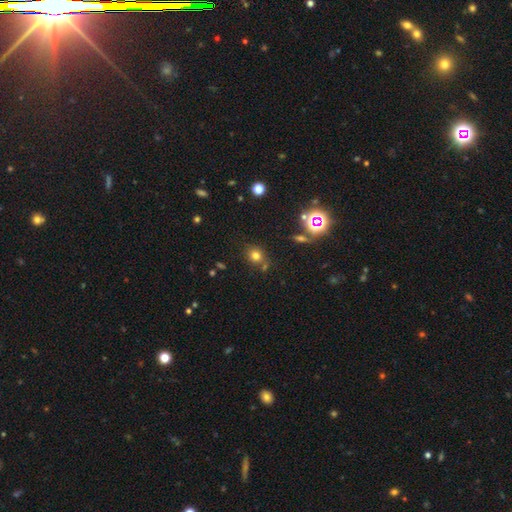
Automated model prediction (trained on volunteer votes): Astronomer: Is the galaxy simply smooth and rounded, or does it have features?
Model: smooth — 72%.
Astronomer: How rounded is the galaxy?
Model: round — 80%.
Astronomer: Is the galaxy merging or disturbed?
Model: none — 72%.